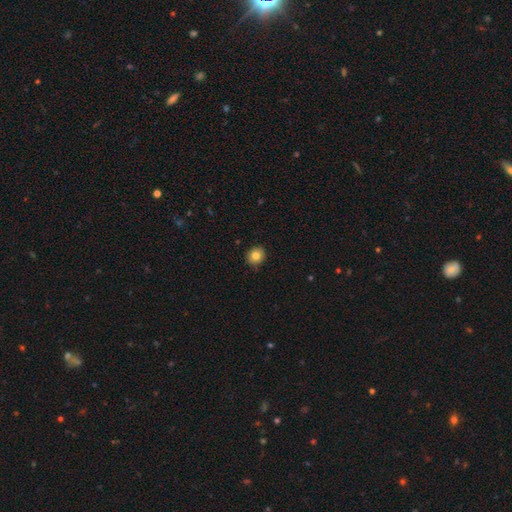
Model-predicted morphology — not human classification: The model was most divided on "how rounded": round: 81%, in between: 18%, cigar-shaped: 1%. More confident: merging — none (89%); smooth or featured — smooth (82%).